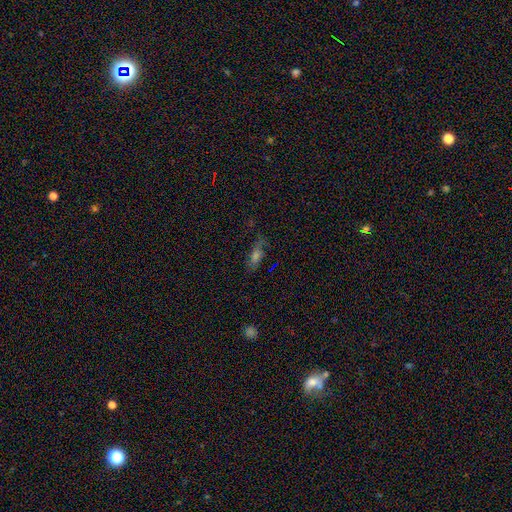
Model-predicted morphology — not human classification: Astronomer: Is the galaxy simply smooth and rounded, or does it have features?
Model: smooth — 40% (runner-up: featured or disk, 38%).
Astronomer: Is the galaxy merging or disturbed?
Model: none — 68%.